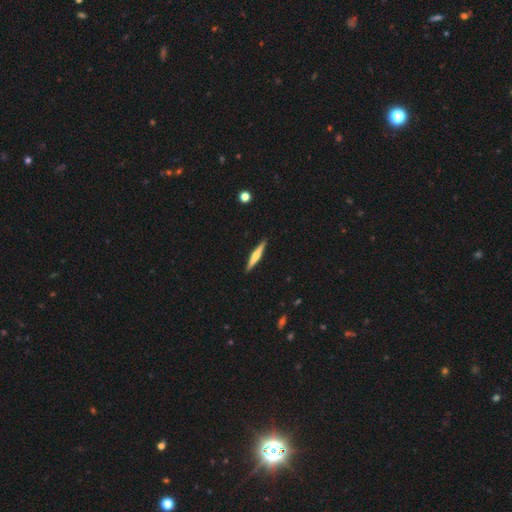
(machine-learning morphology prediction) A featured or disk galaxy (59%) viewed edge-on (97%) with a rounded central bulge (82%). Merging: none (91%).